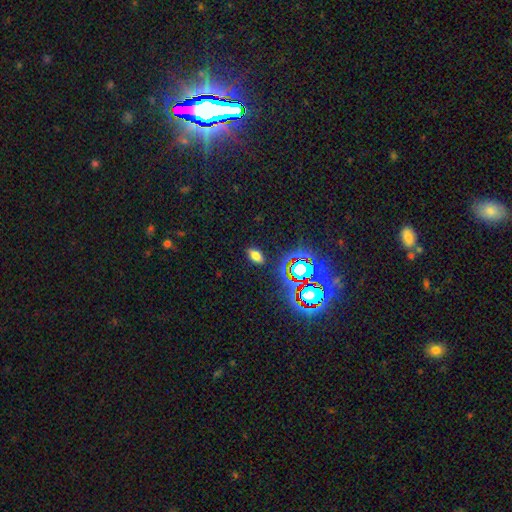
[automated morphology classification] smooth-or-featured: smooth: 67% | star or artifact: 23% | featured or disk: 9%
  how-rounded: in between: 89% | round: 7% | cigar-shaped: 4%
  merging: none: 87% | minor disturbance: 9% | major disturbance: 3% | merger: 2%